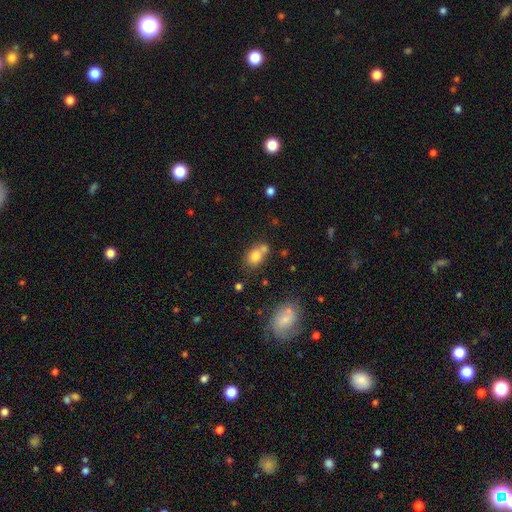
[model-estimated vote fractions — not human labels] smooth_or_featured: smooth (p=0.79) [alt: star or artifact p=0.11]
how_rounded: in between (p=0.61) [alt: round p=0.37]
merging: none (p=0.45) [alt: merger p=0.33]